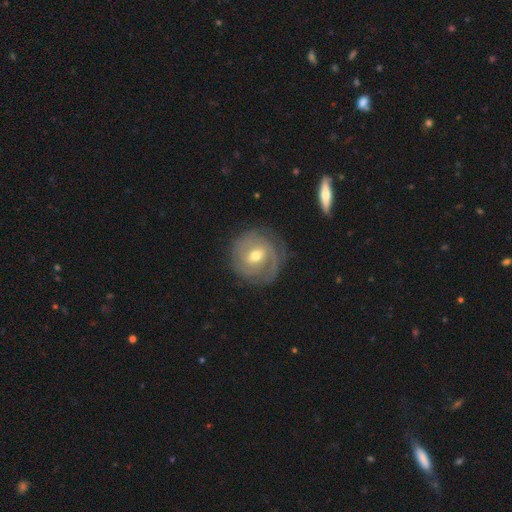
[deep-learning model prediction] Overall: featured or disk (81%). Edge-on disk: no (97%). Bar: weak (55%; no 27%). Spiral arms: yes (92%). Spiral arm count: 2 (40%; can't tell 27%). Spiral winding: tight (69%). Bulge size: moderate (70%). Merging: none (78%).